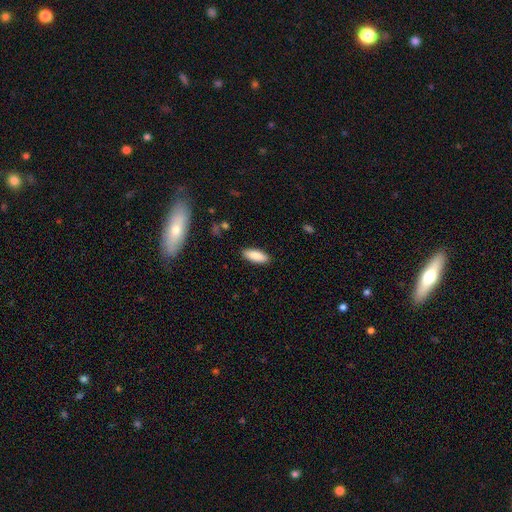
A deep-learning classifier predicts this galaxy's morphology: Smooth or featured?
  - smooth: 88% *
  - featured or disk: 6%
  - star or artifact: 6%
How rounded?
  - in between: 73% *
  - cigar-shaped: 26%
  - round: 2%
Merging?
  - none: 89% *
  - minor disturbance: 8%
  - major disturbance: 2%
  - merger: 1%